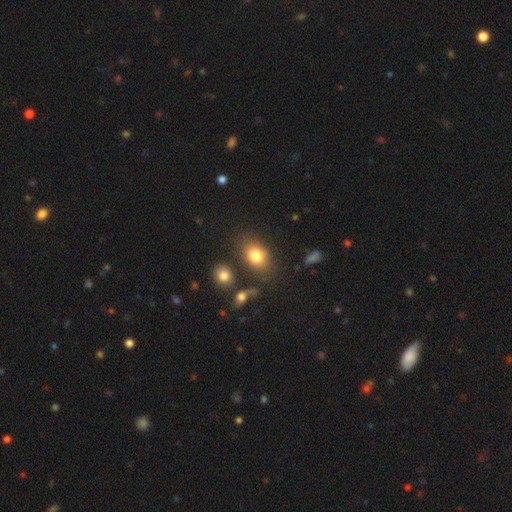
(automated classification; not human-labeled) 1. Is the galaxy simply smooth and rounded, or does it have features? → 80% smooth, 10% star or artifact, 10% featured or disk.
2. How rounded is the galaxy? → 72% in between, 27% round, 2% cigar-shaped.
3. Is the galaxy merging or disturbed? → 74% none, 15% minor disturbance, 6% merger, 6% major disturbance.